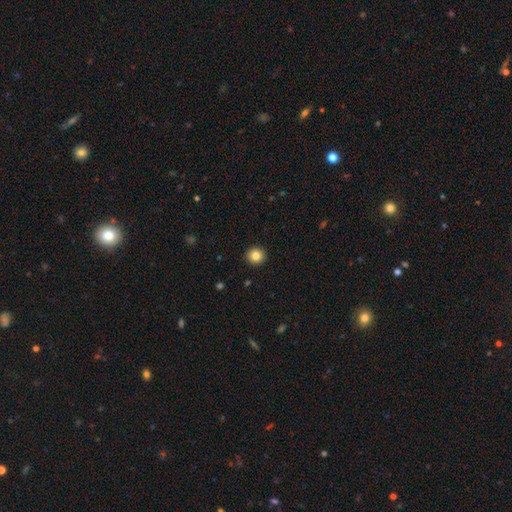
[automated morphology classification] Smooth or featured: smooth — 83% (star or artifact — 10%)
How rounded: round — 94% (in between — 5%)
Merging: none — 93% (minor disturbance — 4%)